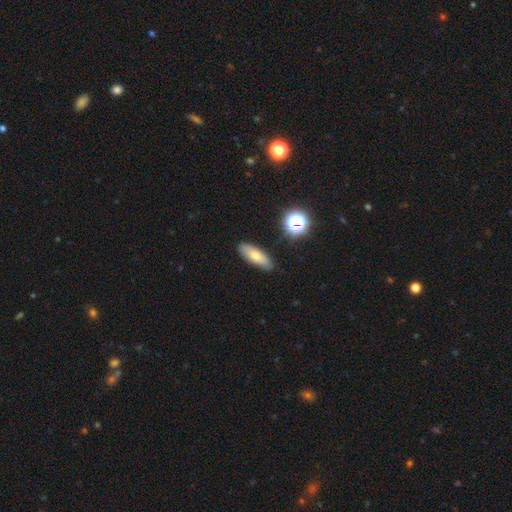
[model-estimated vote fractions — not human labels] Overall: smooth (70%). How rounded: in between (58%; cigar-shaped 38%). Merging: none (86%).